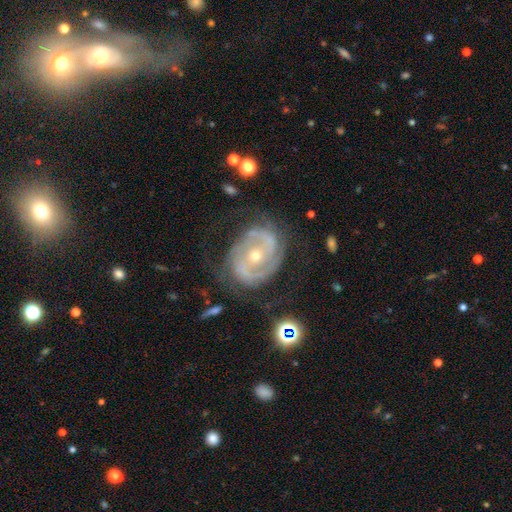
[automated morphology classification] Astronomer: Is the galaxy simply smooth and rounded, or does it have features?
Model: featured or disk — 86%.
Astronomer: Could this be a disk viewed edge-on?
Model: no — 97%.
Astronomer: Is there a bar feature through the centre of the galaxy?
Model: no — 52% (runner-up: weak, 31%).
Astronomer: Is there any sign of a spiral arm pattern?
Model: yes — 92%.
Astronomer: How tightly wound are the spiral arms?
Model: tight — 48% (runner-up: medium, 40%).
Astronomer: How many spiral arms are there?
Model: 2 — 71%.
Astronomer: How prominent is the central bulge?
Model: small — 56% (runner-up: moderate, 41%).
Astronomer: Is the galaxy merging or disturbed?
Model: none — 67%.